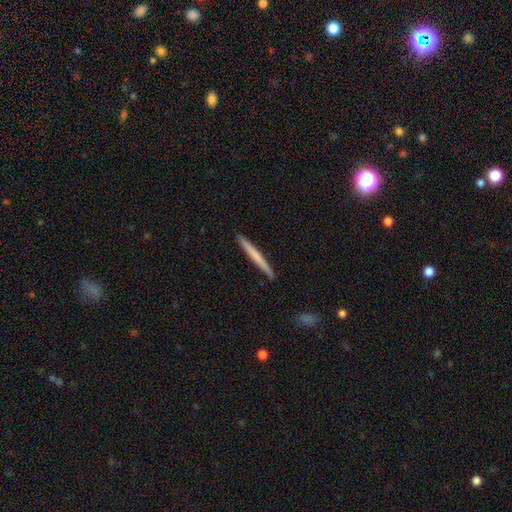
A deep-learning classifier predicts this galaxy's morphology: type=smooth (59%); roundness=cigar-shaped (97%); merging=none (92%).